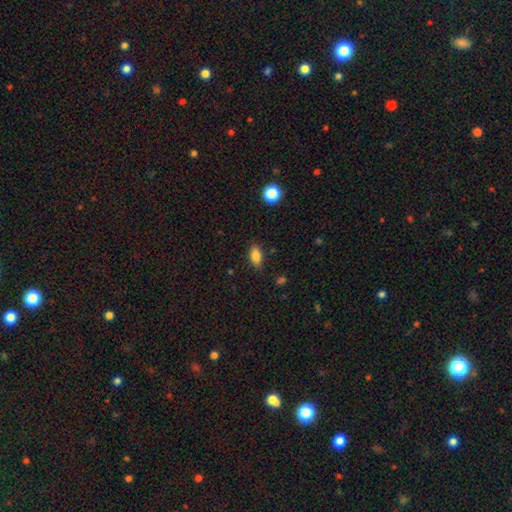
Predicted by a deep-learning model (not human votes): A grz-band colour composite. It shows a smooth galaxy with no disk features (84%) that is in between round and cigar-shaped (88%). Merging: none (81%).